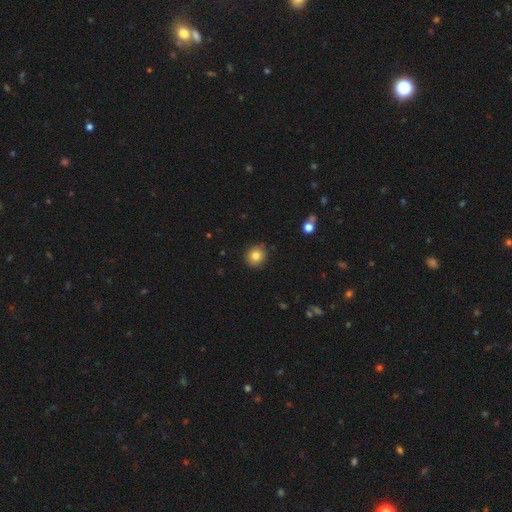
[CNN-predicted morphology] Smooth or featured? smooth (81%)
How rounded? round (88%)
Merging? none (88%)